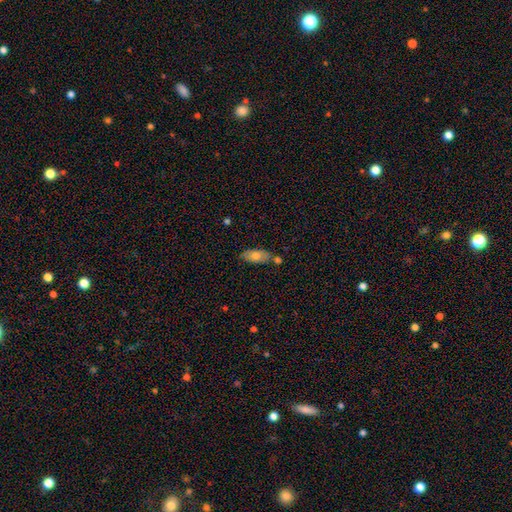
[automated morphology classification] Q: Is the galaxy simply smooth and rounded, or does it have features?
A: smooth — 74%.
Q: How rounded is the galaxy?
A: in between — 87%.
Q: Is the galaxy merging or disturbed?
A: none — 68%.